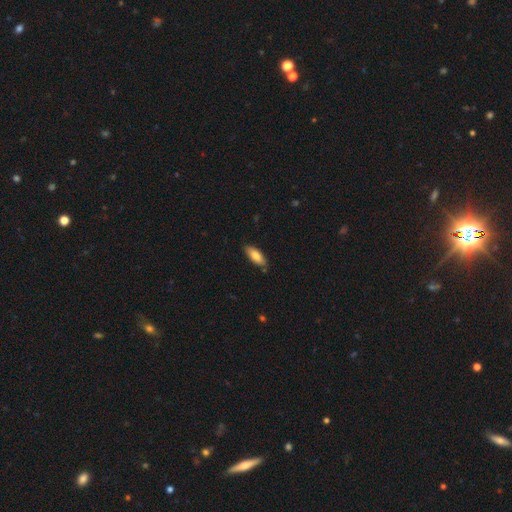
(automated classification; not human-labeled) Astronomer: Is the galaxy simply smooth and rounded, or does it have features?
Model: smooth — 80%.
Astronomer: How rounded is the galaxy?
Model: in between — 76%.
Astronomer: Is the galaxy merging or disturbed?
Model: none — 83%.